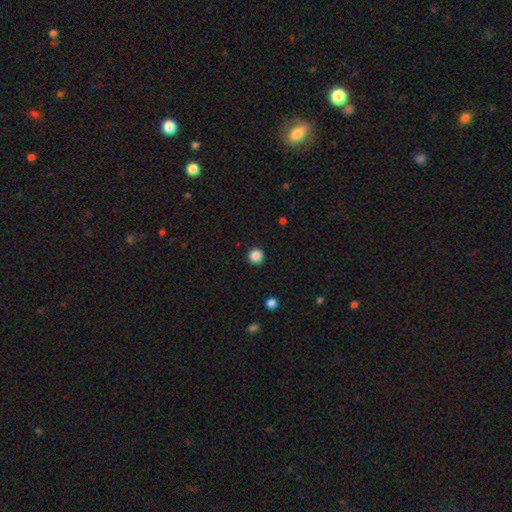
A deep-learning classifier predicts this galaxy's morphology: Overall: smooth (87%). How rounded: round (96%). Merging: none (93%).